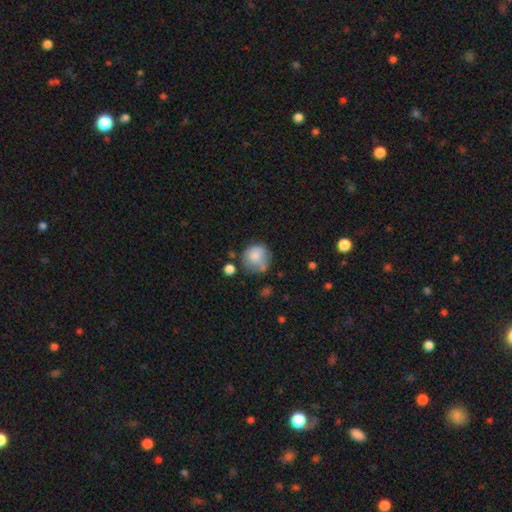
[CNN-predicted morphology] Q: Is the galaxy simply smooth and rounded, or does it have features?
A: smooth — 76%.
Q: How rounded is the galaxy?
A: round — 83%.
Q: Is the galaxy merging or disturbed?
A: none — 49%.